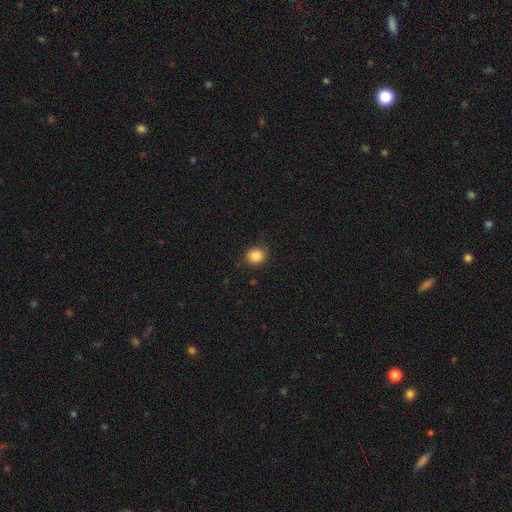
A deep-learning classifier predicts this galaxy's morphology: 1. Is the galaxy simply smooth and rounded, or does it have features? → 85% smooth, 10% star or artifact, 5% featured or disk.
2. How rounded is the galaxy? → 71% round, 28% in between, 1% cigar-shaped.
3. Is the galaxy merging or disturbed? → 82% none, 14% minor disturbance, 3% major disturbance, 1% merger.